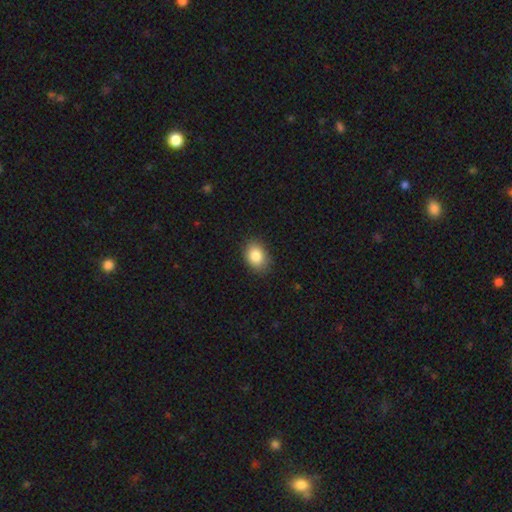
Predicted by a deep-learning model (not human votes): Smooth or featured?
  - smooth: 85% *
  - star or artifact: 8%
  - featured or disk: 6%
How rounded?
  - in between: 74% *
  - round: 25%
  - cigar-shaped: 1%
Merging?
  - none: 85% *
  - minor disturbance: 11%
  - major disturbance: 2%
  - merger: 1%